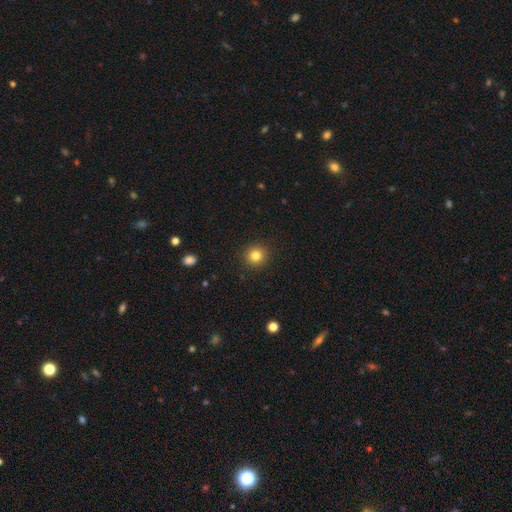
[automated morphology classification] A smooth galaxy with no disk features (82%) that is round (93%).

Vote fractions:
- Smooth or featured? smooth: 82% / star or artifact: 12% / featured or disk: 6%
- How rounded? round: 93% / in between: 6% / cigar-shaped: 1%
- Merging? none: 92% / minor disturbance: 5% / major disturbance: 2% / merger: 1%